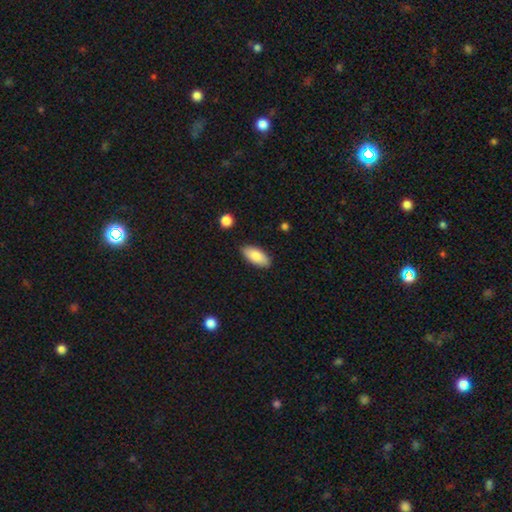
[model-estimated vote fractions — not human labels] Smooth or featured? Predicted: smooth (p=0.84). How rounded? Predicted: in between (p=0.89). Merging? Predicted: none (p=0.86).